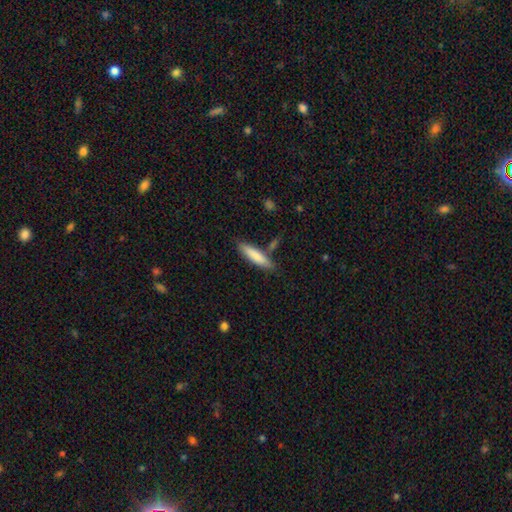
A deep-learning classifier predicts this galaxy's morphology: Q: Smooth or featured?
A: smooth (81%); runner-up: featured or disk (13%)
Q: How rounded?
A: cigar-shaped (74%); runner-up: in between (24%)
Q: Merging?
A: none (76%); runner-up: minor disturbance (14%)